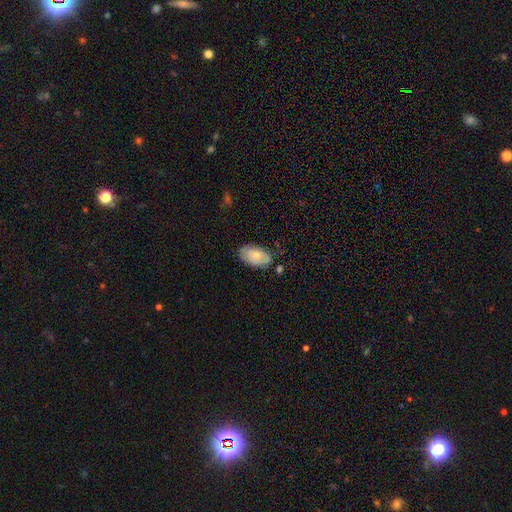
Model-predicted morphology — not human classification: smooth_or_featured: smooth (p=0.64) [alt: featured or disk p=0.29]
how_rounded: in between (p=0.94) [alt: round p=0.05]
merging: none (p=0.67) [alt: minor disturbance p=0.24]